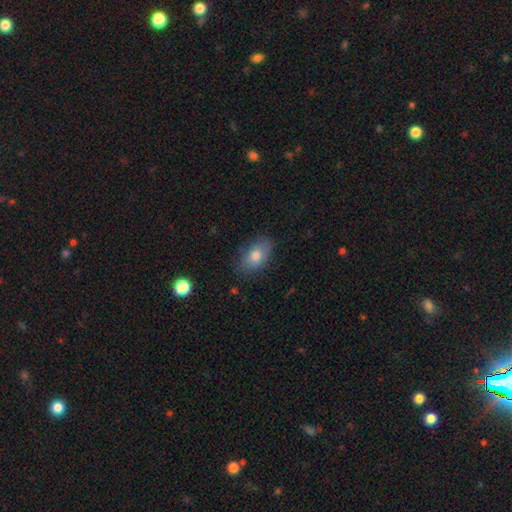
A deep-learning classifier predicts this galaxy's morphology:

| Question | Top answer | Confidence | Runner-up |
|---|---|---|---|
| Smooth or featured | smooth | 77% | featured or disk (15%) |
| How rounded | in between | 88% | round (10%) |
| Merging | none | 80% | minor disturbance (15%) |